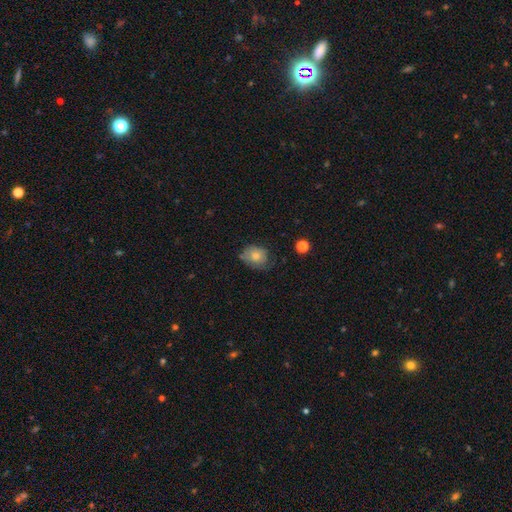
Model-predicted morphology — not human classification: The model was most divided on "how rounded": round: 55%, in between: 45%, cigar-shaped: 1%. More confident: smooth or featured — smooth (74%); merging — none (56%).